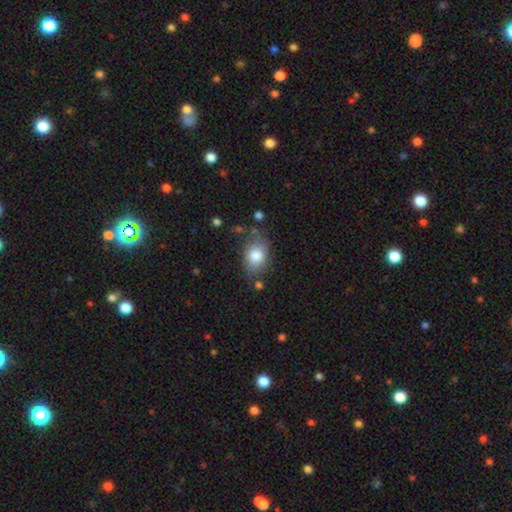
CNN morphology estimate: Smooth or featured? Predicted: smooth (p=0.81). How rounded? Predicted: in between (p=0.75). Merging? Predicted: none (p=0.69).